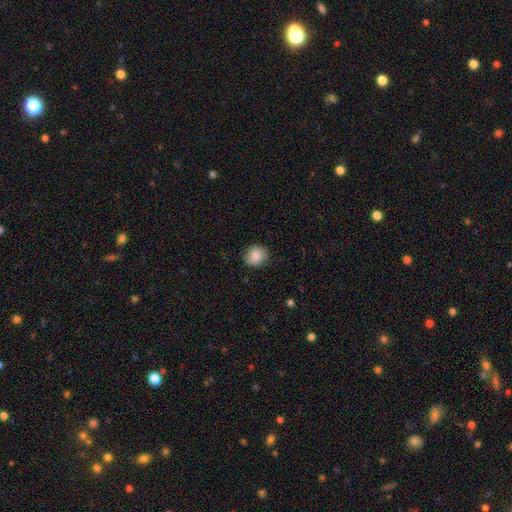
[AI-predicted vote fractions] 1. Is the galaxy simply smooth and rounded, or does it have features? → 84% smooth, 8% star or artifact, 8% featured or disk.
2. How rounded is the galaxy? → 72% round, 27% in between, 1% cigar-shaped.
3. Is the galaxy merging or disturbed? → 84% none, 12% minor disturbance, 3% major disturbance, 1% merger.